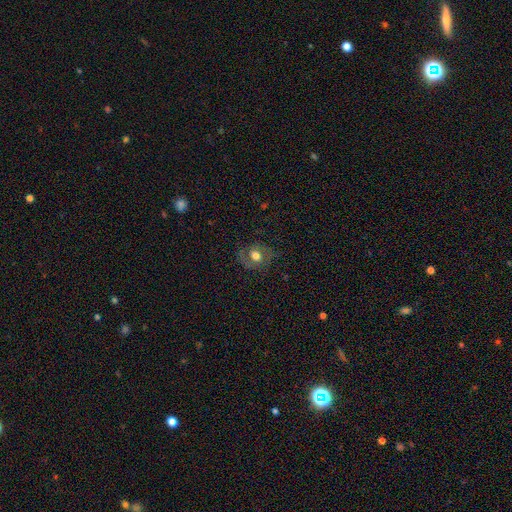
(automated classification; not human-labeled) A smooth galaxy with no disk features (50%).

Vote fractions:
- Smooth or featured? smooth: 50% / featured or disk: 39% / star or artifact: 11%
- Merging? none: 72% / minor disturbance: 17% / major disturbance: 10% / merger: 1%